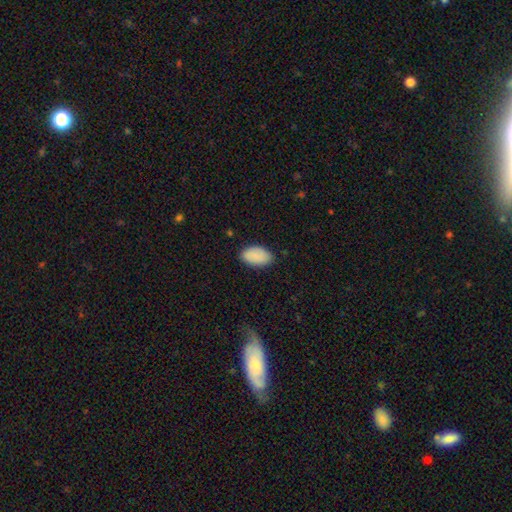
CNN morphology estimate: Smooth or featured? smooth (89%)
How rounded? in between (94%)
Merging? none (83%)